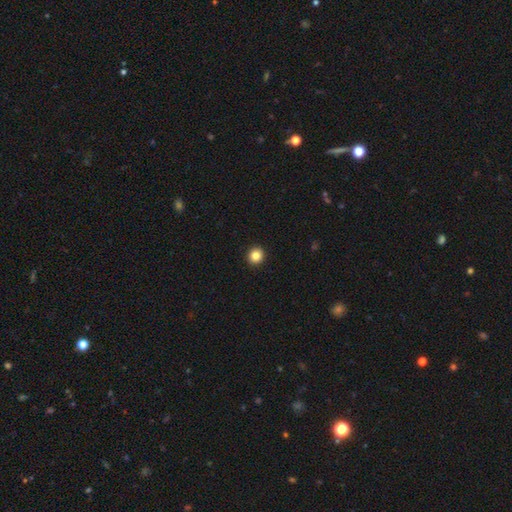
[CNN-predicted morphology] smooth 85%, star or artifact 11%, featured or disk 5%. Down the decision tree: how rounded — round (93%); merging — none (94%).